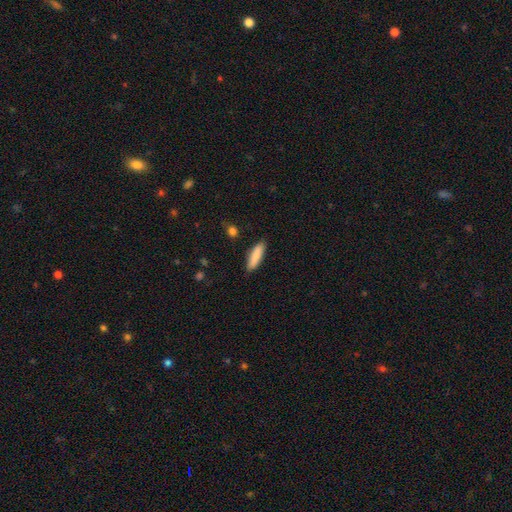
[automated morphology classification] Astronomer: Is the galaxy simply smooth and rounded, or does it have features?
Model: smooth — 86%.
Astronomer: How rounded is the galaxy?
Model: cigar-shaped — 59% (runner-up: in between, 39%).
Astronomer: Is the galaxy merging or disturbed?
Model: none — 87%.